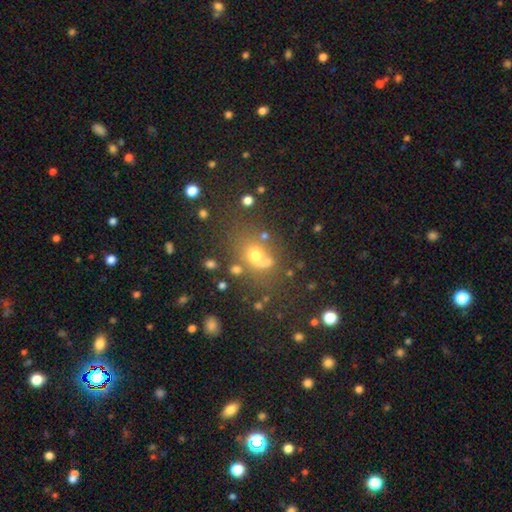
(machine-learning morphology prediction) Smooth or featured?
  - smooth: 58% *
  - star or artifact: 24%
  - featured or disk: 18%
How rounded?
  - round: 60% *
  - in between: 38%
  - cigar-shaped: 2%
Merging?
  - none: 51% *
  - merger: 24%
  - minor disturbance: 15%
  - major disturbance: 10%